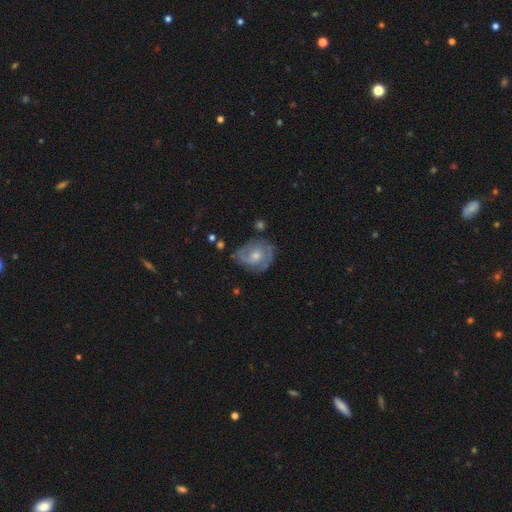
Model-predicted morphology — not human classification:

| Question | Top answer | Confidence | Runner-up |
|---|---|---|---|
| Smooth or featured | featured or disk | 68% | smooth (26%) |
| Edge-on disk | no | 97% | yes (3%) |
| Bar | no | 72% | weak (25%) |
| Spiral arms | yes | 83% | no (17%) |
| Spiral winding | tight | 43% | medium (40%) |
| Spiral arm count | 2 | 49% | can't tell (27%) |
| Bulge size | moderate | 54% | small (40%) |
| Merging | none | 64% | minor disturbance (24%) |